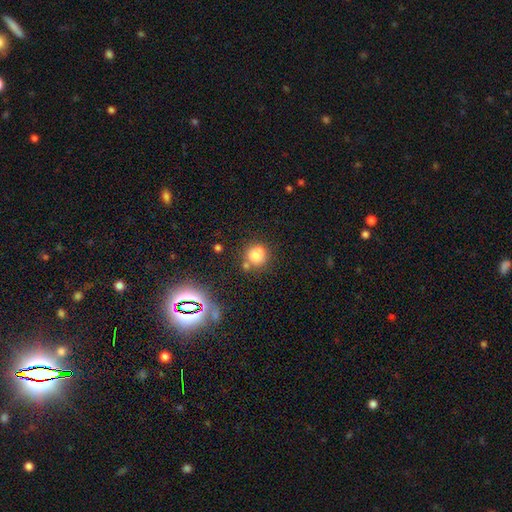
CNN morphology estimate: smooth 71%, star or artifact 15%, featured or disk 14%. Down the decision tree: how rounded — round (87%); merging — none (53%).